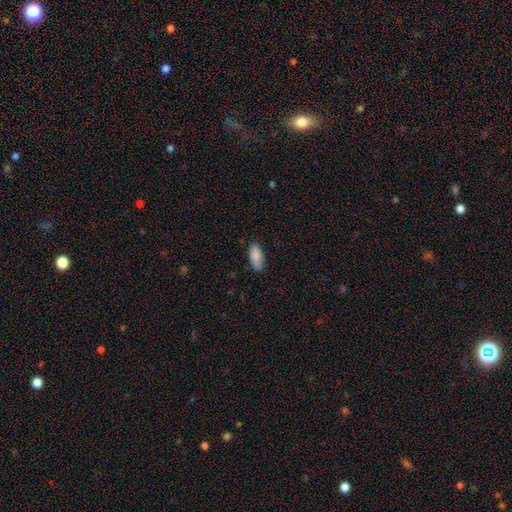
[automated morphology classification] The model was most divided on "merging": none: 79%, minor disturbance: 17%, major disturbance: 3%, merger: 1%. More confident: how rounded — in between (89%); smooth or featured — smooth (88%).